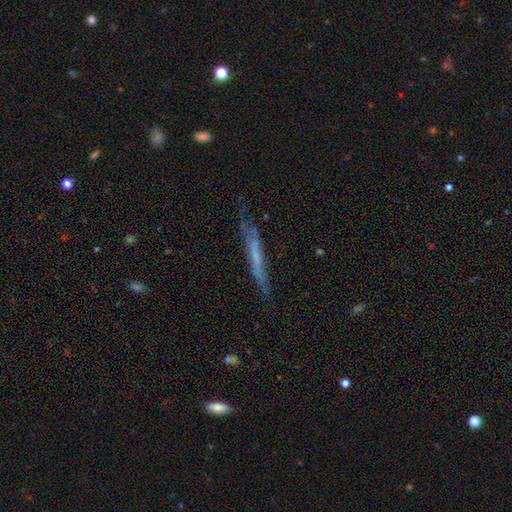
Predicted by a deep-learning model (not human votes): Smooth or featured? Predicted: featured or disk (p=0.50). Edge-on disk? Predicted: yes (p=0.86). Merging? Predicted: none (p=0.67).